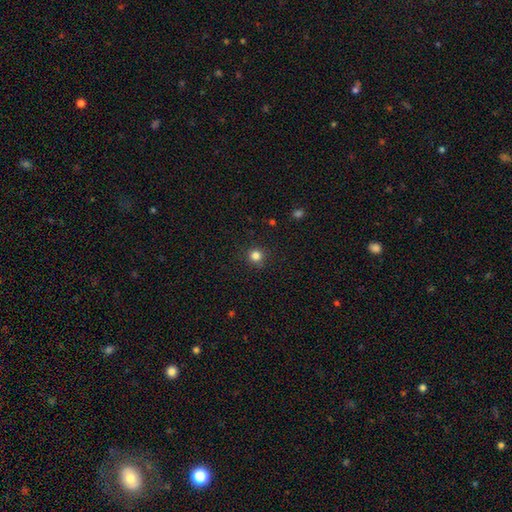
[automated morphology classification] Smooth or featured? Predicted: smooth (p=0.82). How rounded? Predicted: round (p=0.94). Merging? Predicted: none (p=0.90).